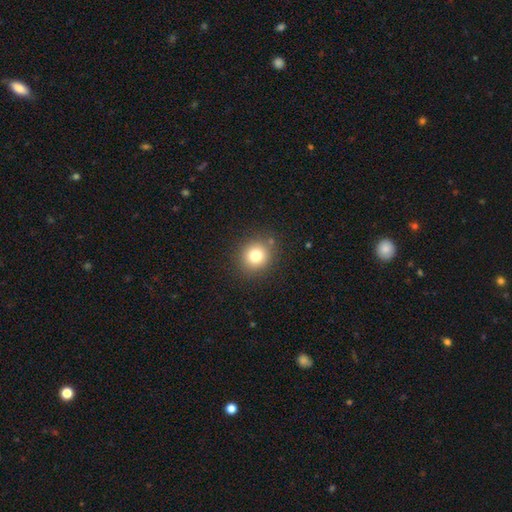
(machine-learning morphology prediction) type=smooth (78%); roundness=round (88%); merging=none (86%).